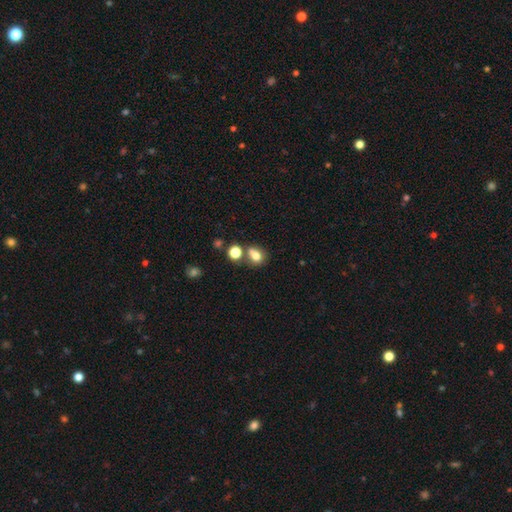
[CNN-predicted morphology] This is likely a smooth galaxy (75%). How rounded: possibly round (53%). Merging: possibly none (50%).